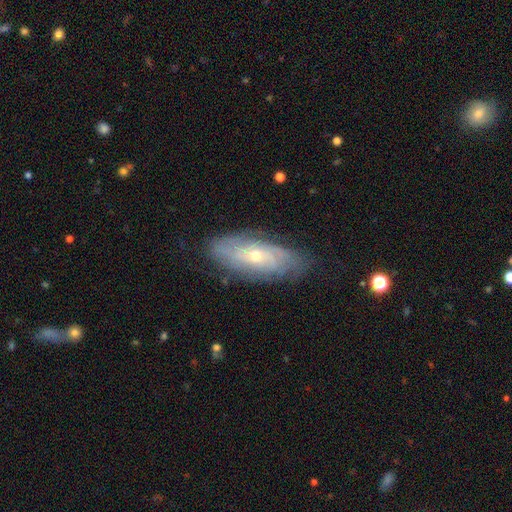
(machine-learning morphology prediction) smooth_or_featured: featured or disk (p=0.73) [alt: smooth p=0.20]
disk_edge_on: no (p=0.85) [alt: yes p=0.15]
bar: no (p=0.75) [alt: weak p=0.21]
has_spiral_arms: yes (p=0.84) [alt: no p=0.16]
spiral_winding: tight (p=0.65) [alt: medium p=0.26]
spiral_arm_count: can't tell (p=0.56) [alt: 2 p=0.20]
bulge_size: small (p=0.61) [alt: moderate p=0.36]
merging: none (p=0.76) [alt: minor disturbance p=0.18]